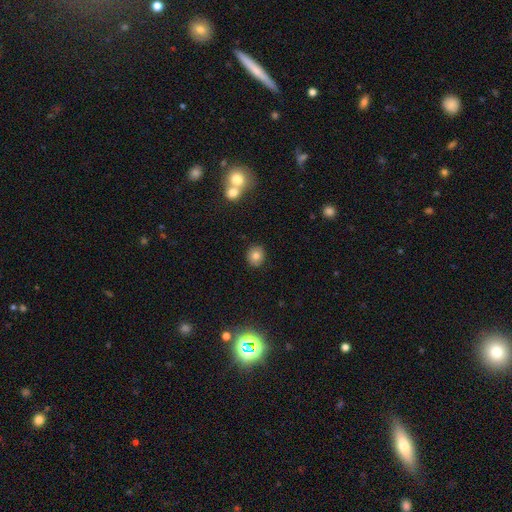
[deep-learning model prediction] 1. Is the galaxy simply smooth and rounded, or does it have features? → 80% smooth, 10% star or artifact, 10% featured or disk.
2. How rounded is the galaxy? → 77% round, 22% in between, 1% cigar-shaped.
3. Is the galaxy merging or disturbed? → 89% none, 8% minor disturbance, 2% major disturbance, 2% merger.